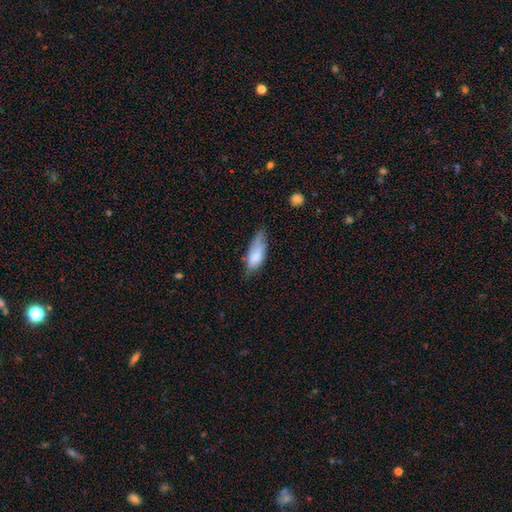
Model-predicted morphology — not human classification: Overall: smooth (79%). How rounded: in between (77%). Merging: none (44%; minor disturbance 40%).